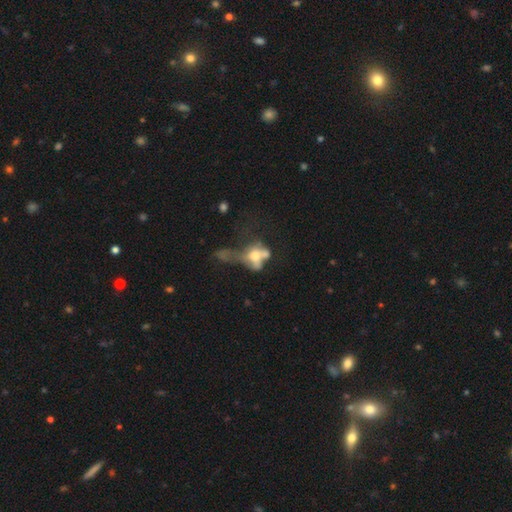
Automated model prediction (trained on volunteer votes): This is possibly a smooth galaxy (47%). Merging: marginally major disturbance (40%).